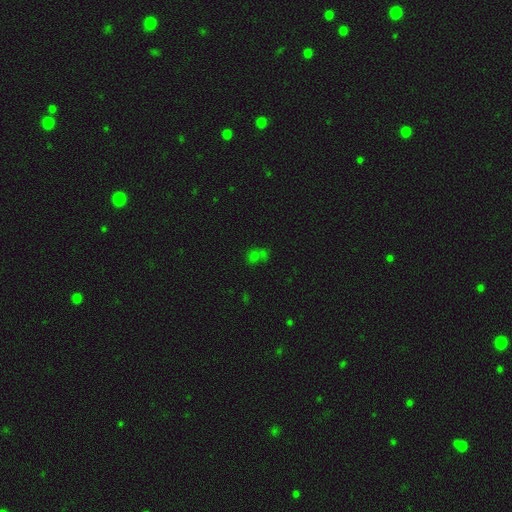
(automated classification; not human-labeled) smooth-or-featured: smooth: 51% | star or artifact: 37% | featured or disk: 12%
  how-rounded: round: 52% | in between: 46% | cigar-shaped: 2%
  merging: none: 41% | merger: 33% | minor disturbance: 14% | major disturbance: 12%